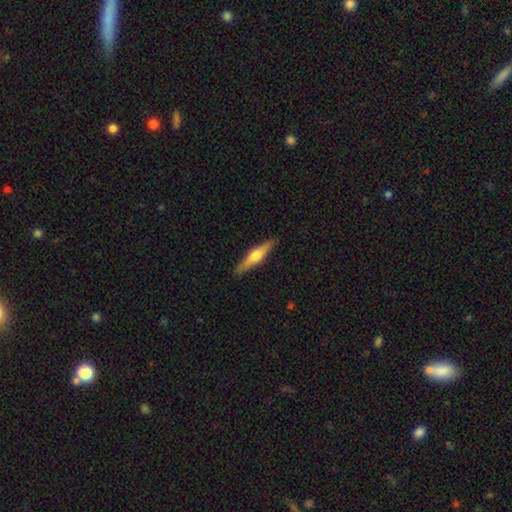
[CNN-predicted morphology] featured or disk 58%, smooth 36%, star or artifact 5%. Down the decision tree: edge-on disk — yes (96%); edge-on bulge — rounded (91%); merging — none (90%).